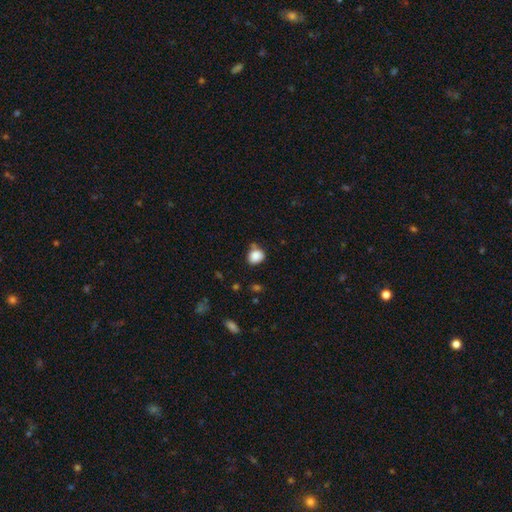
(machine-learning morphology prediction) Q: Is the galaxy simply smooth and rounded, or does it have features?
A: smooth — 86%.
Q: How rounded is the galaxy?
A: round — 63%.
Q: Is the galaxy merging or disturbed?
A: none — 65%.